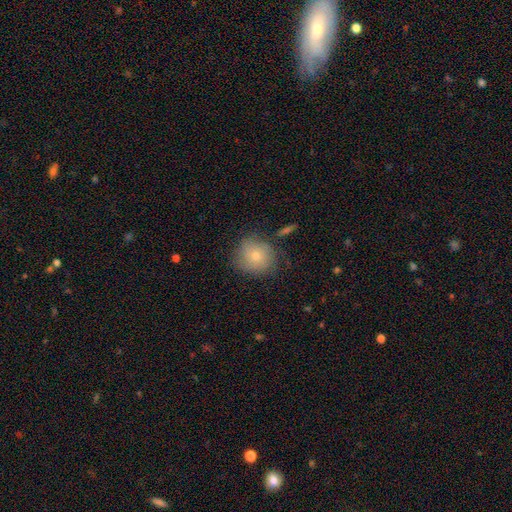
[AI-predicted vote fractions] Overall: smooth (72%). How rounded: round (86%). Merging: none (71%).